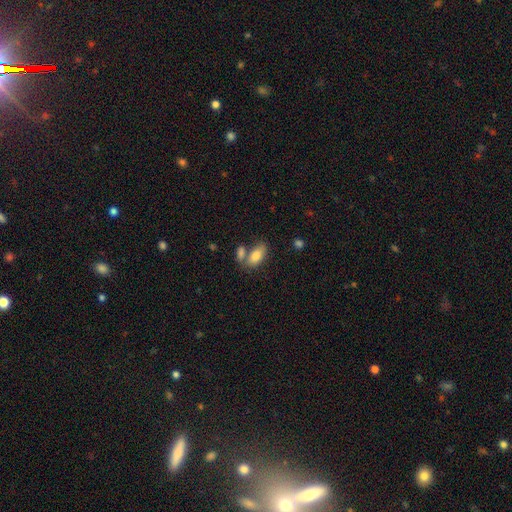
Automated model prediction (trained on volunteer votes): Overall: smooth (82%). How rounded: in between (89%). Merging: none (51%; merger 32%).